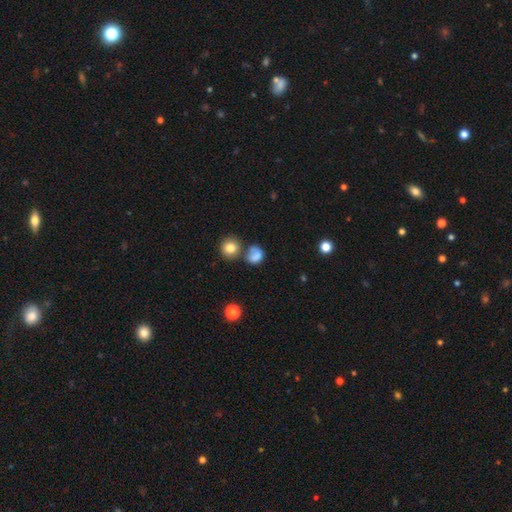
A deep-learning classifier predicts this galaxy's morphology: Q: Smooth or featured?
A: smooth (75%); runner-up: star or artifact (12%)
Q: How rounded?
A: round (58%); runner-up: in between (40%)
Q: Merging?
A: none (41%); runner-up: merger (27%)